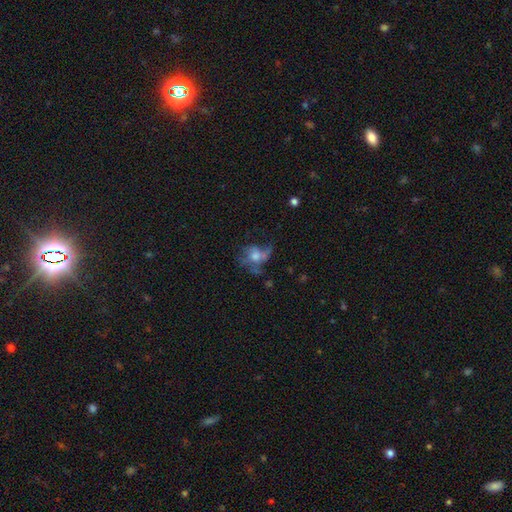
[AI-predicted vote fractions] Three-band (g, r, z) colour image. It shows a featured or disk galaxy (52%) with no bar (81%), spiral arms (50%, tied with no) and a moderate central bulge (53%). Merging: major disturbance (39%).